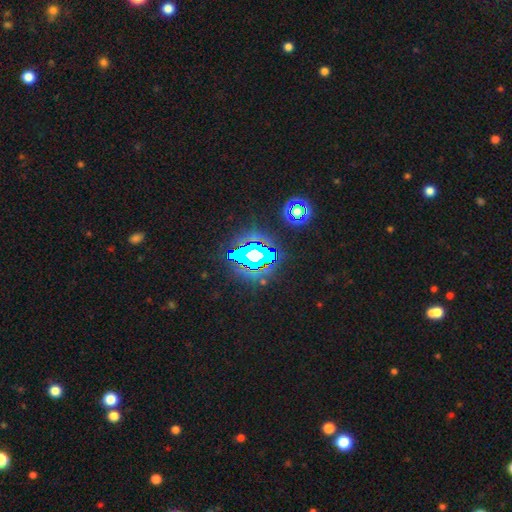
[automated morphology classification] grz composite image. It shows a star or artifact, not a galaxy (74%).